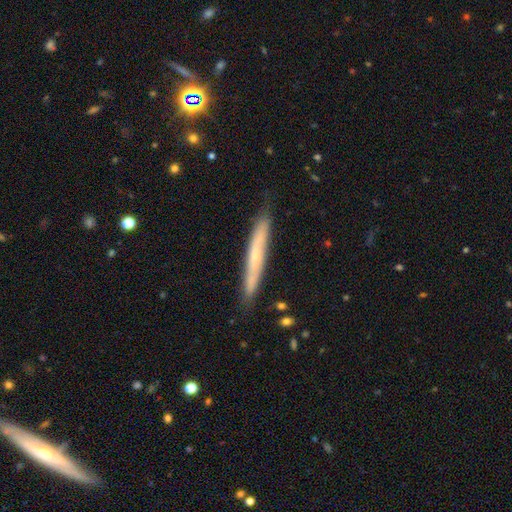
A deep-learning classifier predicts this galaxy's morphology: type=smooth (48%); merging=none (84%).